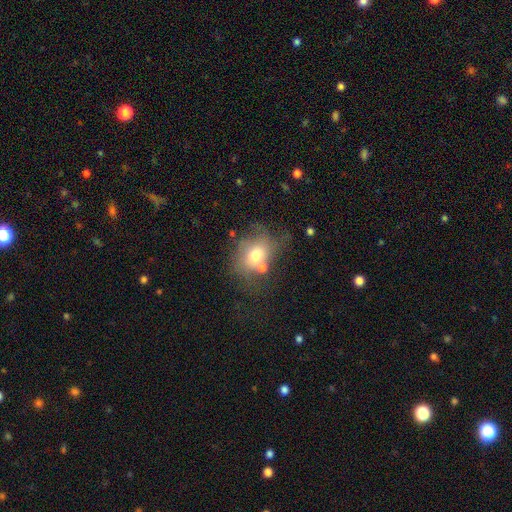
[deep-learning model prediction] This is likely a smooth galaxy (64%). How rounded: possibly in between (56%). Merging: marginally none (43%).